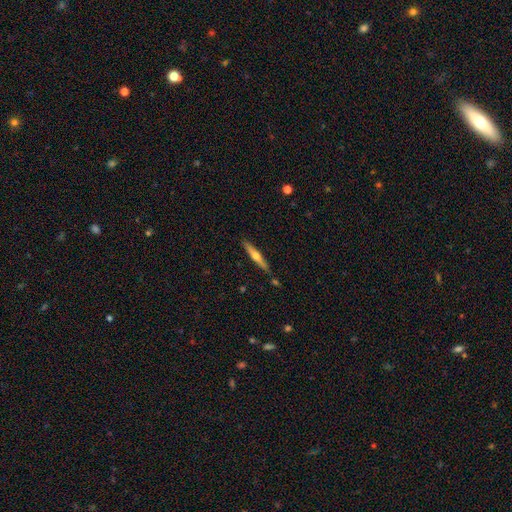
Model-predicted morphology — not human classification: featured or disk 60%, smooth 35%, star or artifact 6%. Down the decision tree: edge-on disk — yes (96%); edge-on bulge — rounded (90%); merging — none (85%).